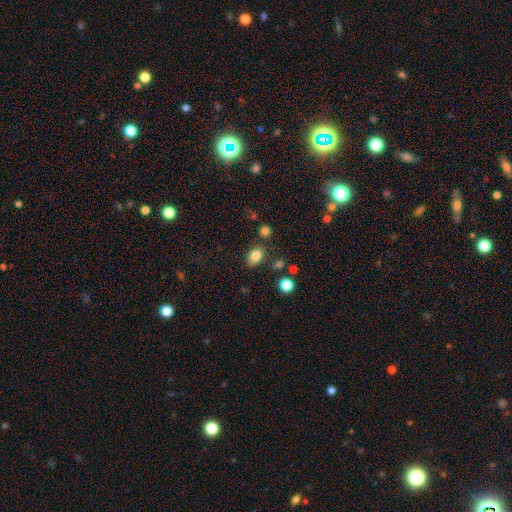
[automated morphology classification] Smooth or featured? Predicted: smooth (p=0.83). How rounded? Predicted: in between (p=0.80). Merging? Predicted: none (p=0.79).